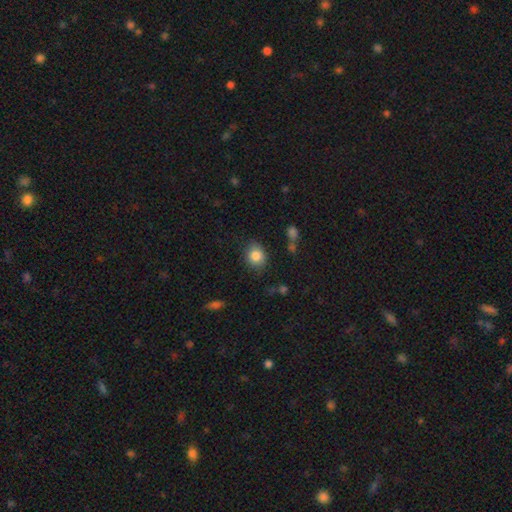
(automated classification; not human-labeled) Smooth or featured? Predicted: smooth (p=0.83). How rounded? Predicted: round (p=0.67). Merging? Predicted: none (p=0.81).